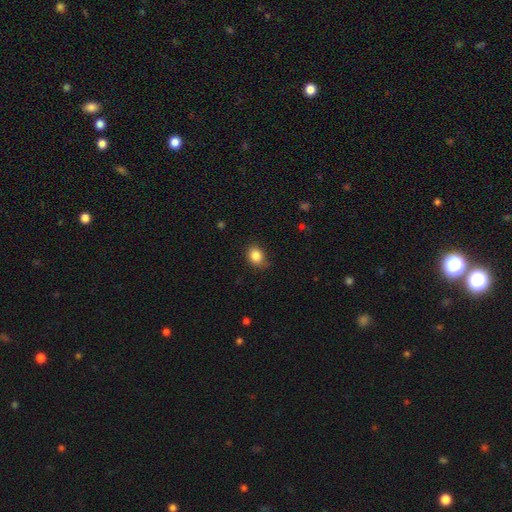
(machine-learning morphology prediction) Smooth or featured? Predicted: smooth (p=0.85). How rounded? Predicted: round (p=0.54). Merging? Predicted: none (p=0.74).